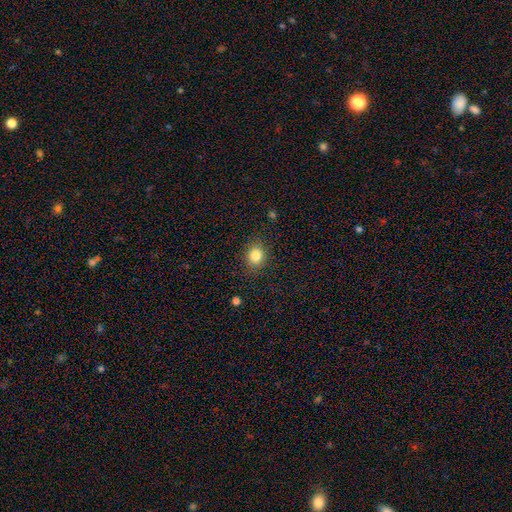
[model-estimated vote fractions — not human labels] The model was most divided on "how rounded": round: 64%, in between: 35%, cigar-shaped: 1%. More confident: merging — none (86%); smooth or featured — smooth (83%).